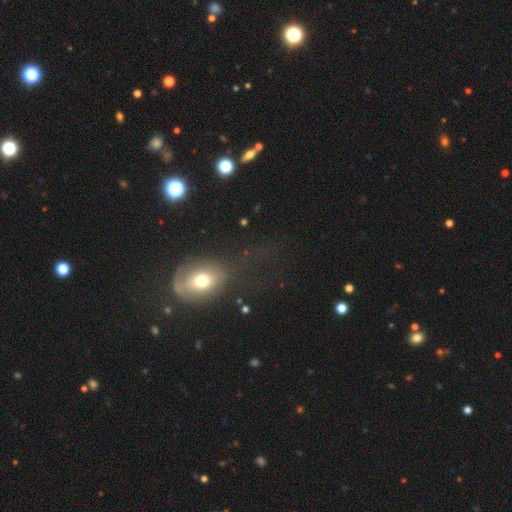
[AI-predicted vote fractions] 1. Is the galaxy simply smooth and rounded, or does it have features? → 53% smooth, 27% featured or disk, 21% star or artifact.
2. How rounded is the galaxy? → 56% in between, 42% round, 3% cigar-shaped.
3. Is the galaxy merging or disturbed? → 43% none, 30% major disturbance, 22% minor disturbance, 4% merger.